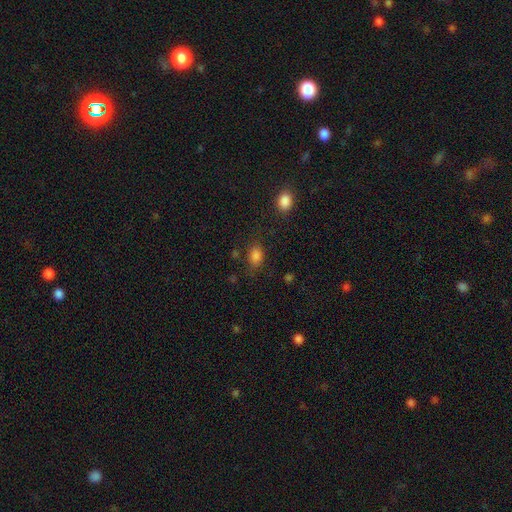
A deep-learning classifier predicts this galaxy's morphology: Smooth or featured? Predicted: smooth (p=0.83). How rounded? Predicted: in between (p=0.76). Merging? Predicted: none (p=0.76).